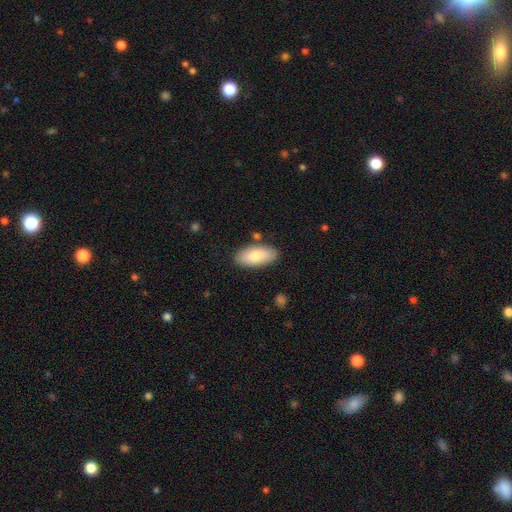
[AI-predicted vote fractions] Overall: smooth (80%). How rounded: in between (88%). Merging: none (84%).